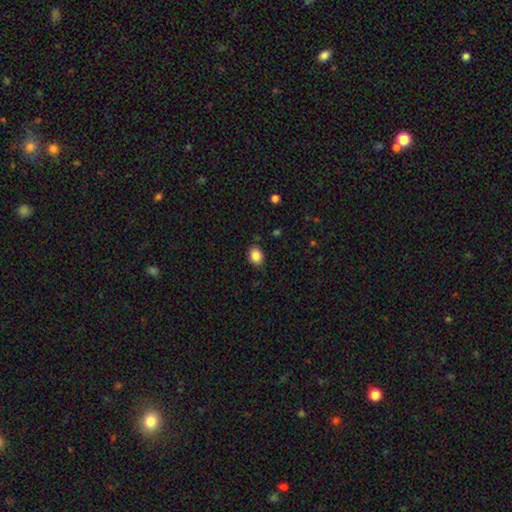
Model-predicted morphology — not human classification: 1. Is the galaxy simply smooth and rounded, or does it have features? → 86% smooth, 9% star or artifact, 5% featured or disk.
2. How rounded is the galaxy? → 59% in between, 40% round, 1% cigar-shaped.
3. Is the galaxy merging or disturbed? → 83% none, 13% minor disturbance, 3% major disturbance, 2% merger.